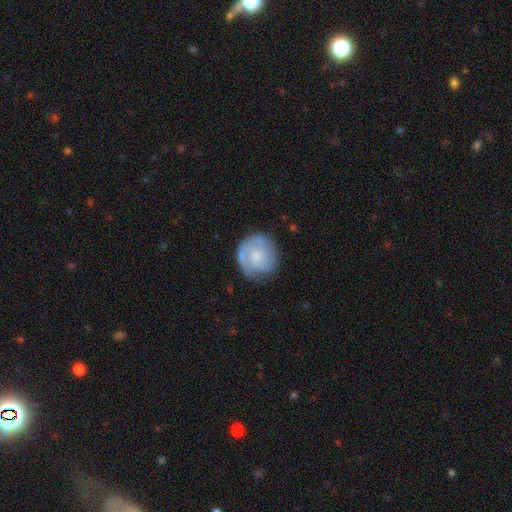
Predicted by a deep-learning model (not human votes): The model was most divided on "bulge size": small: 43%, moderate: 32%, none: 18%, large: 6%, dominant: 2%. More confident: edge-on disk — no (98%); spiral arms — yes (85%); bar — no (73%); merging — none (70%); smooth or featured — featured or disk (60%).